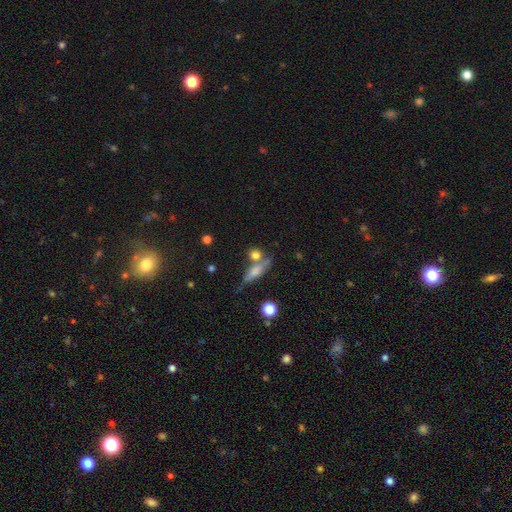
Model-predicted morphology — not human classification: smooth_or_featured: smooth (p=0.69) [alt: featured or disk p=0.21]
how_rounded: round (p=0.36) [alt: in between p=0.33]
merging: none (p=0.58) [alt: merger p=0.23]